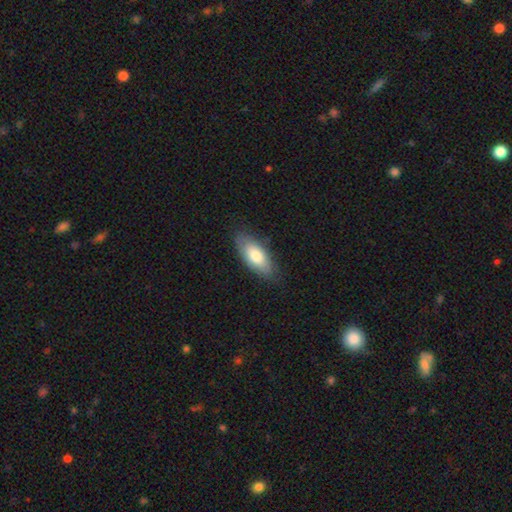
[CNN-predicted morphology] Smooth or featured? Predicted: smooth (p=0.74). How rounded? Predicted: in between (p=0.86). Merging? Predicted: none (p=0.80).